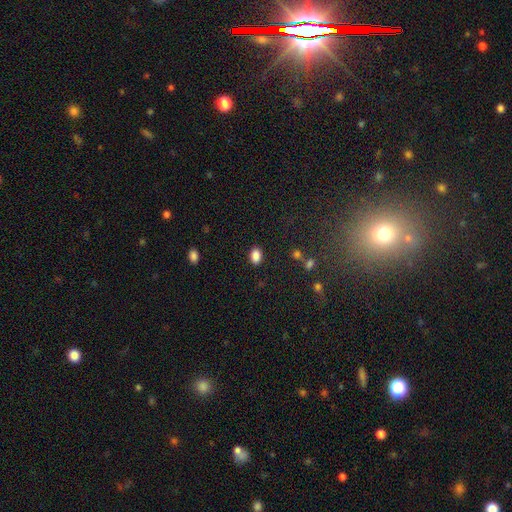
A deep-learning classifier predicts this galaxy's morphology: Overall: smooth (86%). How rounded: in between (80%). Merging: none (88%).